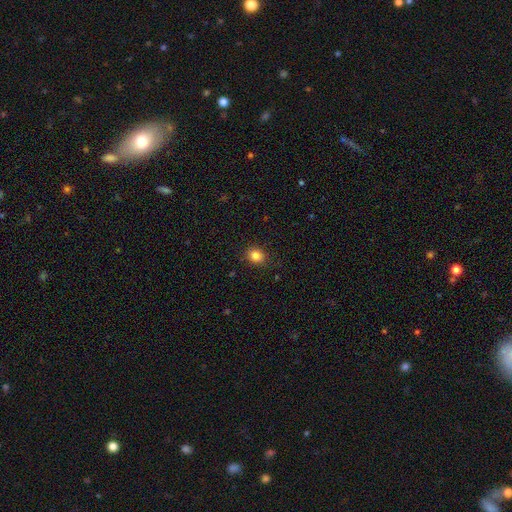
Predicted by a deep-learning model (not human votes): Q: Smooth or featured?
A: smooth (84%); runner-up: star or artifact (11%)
Q: How rounded?
A: round (62%); runner-up: in between (37%)
Q: Merging?
A: none (89%); runner-up: minor disturbance (8%)